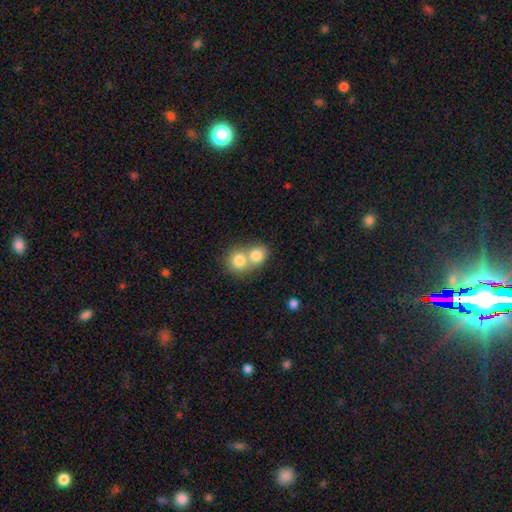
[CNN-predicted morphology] Smooth or featured? Predicted: smooth (p=0.78). How rounded? Predicted: round (p=0.73). Merging? Predicted: merger (p=0.67).